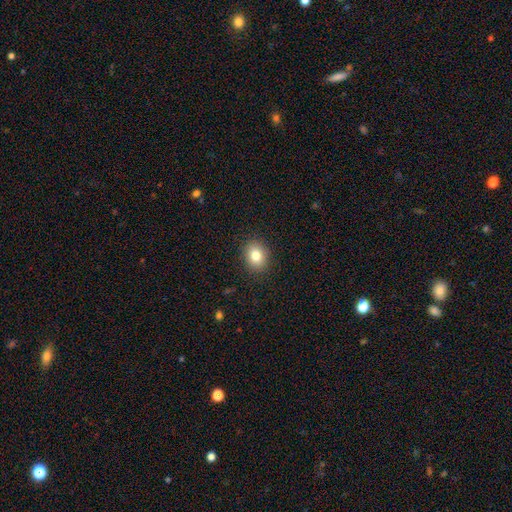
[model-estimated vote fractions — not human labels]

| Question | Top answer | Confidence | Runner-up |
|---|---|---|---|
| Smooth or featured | smooth | 82% | star or artifact (10%) |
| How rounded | round | 55% | in between (45%) |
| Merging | none | 90% | minor disturbance (7%) |